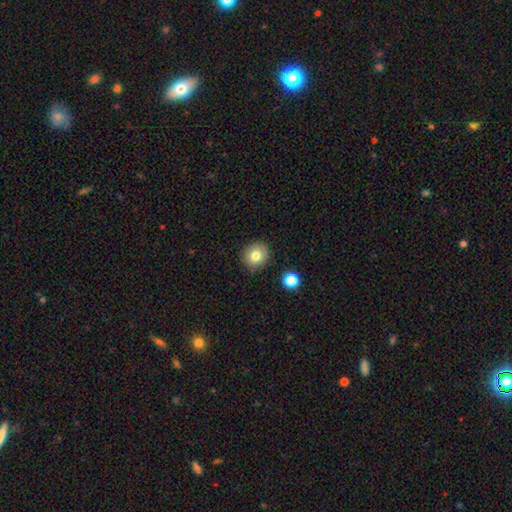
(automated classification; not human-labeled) Smooth or featured? Predicted: smooth (p=0.80). How rounded? Predicted: round (p=0.83). Merging? Predicted: none (p=0.88).